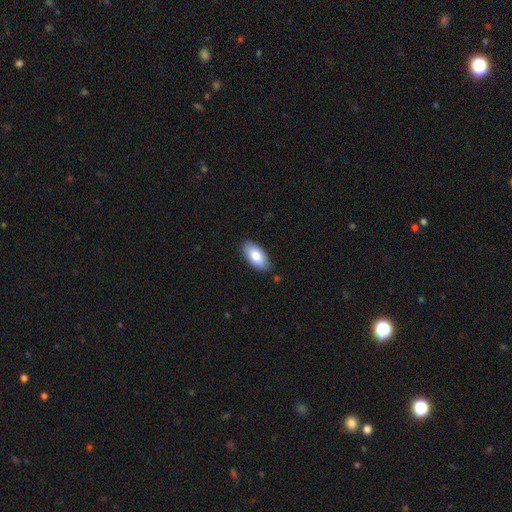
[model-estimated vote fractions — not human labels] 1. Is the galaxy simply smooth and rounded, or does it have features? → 83% smooth, 11% featured or disk, 6% star or artifact.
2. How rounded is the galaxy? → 93% in between, 5% cigar-shaped, 2% round.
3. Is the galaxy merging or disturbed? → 85% none, 12% minor disturbance, 2% major disturbance, 1% merger.